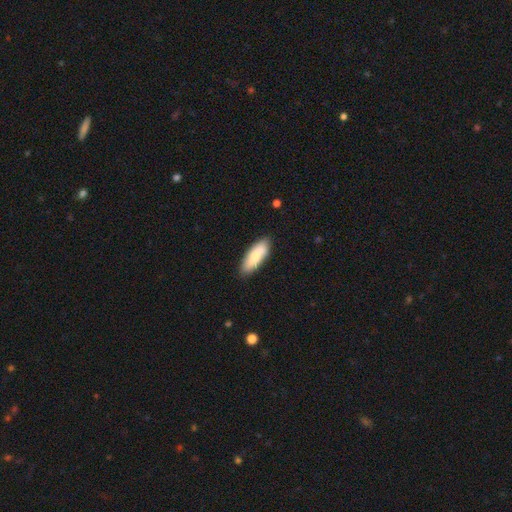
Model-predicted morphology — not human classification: A smooth galaxy with no disk features (75%) that is in between round and cigar-shaped (65%).

Vote fractions:
- Smooth or featured? smooth: 75% / featured or disk: 20% / star or artifact: 6%
- How rounded? in between: 65% / cigar-shaped: 33% / round: 2%
- Merging? none: 84% / minor disturbance: 12% / major disturbance: 2% / merger: 2%